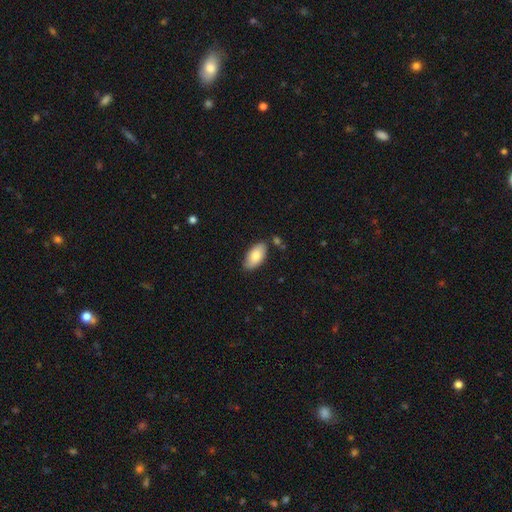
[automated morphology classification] Smooth or featured? Predicted: smooth (p=0.81). How rounded? Predicted: in between (p=0.94). Merging? Predicted: none (p=0.80).